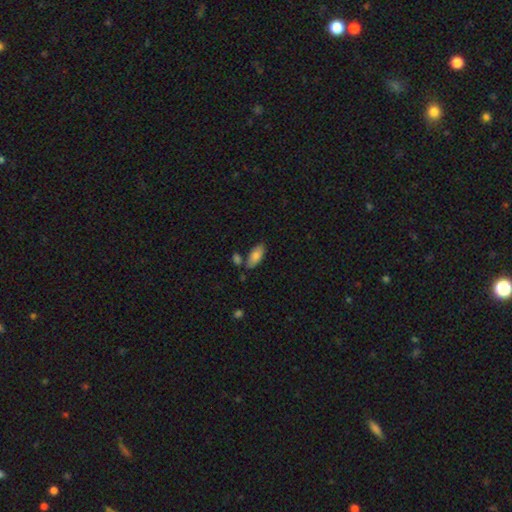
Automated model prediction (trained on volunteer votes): Overall: smooth (81%). How rounded: in between (89%). Merging: none (71%).